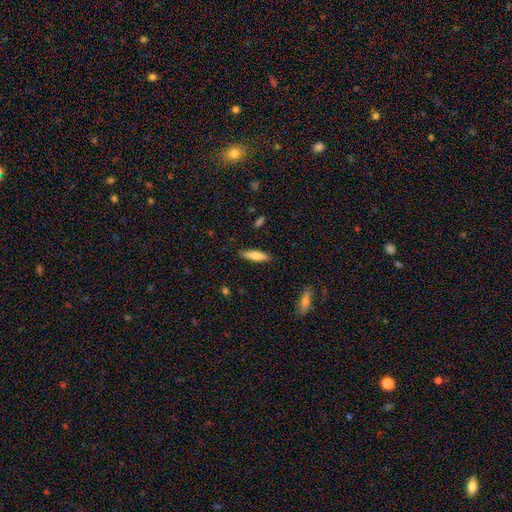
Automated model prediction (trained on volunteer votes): Smooth or featured?
  - smooth: 77% *
  - featured or disk: 17%
  - star or artifact: 6%
How rounded?
  - cigar-shaped: 64% *
  - in between: 34%
  - round: 2%
Merging?
  - none: 86% *
  - minor disturbance: 10%
  - major disturbance: 2%
  - merger: 1%